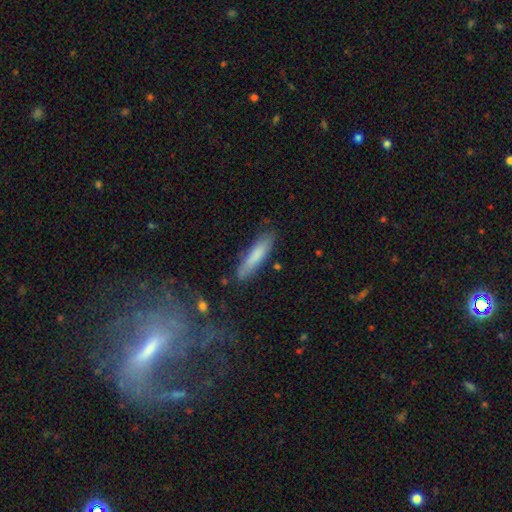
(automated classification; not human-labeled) Q: Smooth or featured?
A: smooth (78%); runner-up: featured or disk (16%)
Q: How rounded?
A: cigar-shaped (83%); runner-up: in between (16%)
Q: Merging?
A: none (80%); runner-up: minor disturbance (14%)